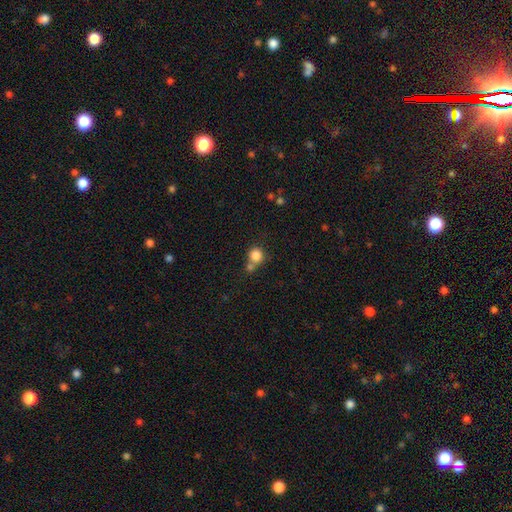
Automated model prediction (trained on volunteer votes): Q: Smooth or featured?
A: smooth (83%); runner-up: star or artifact (11%)
Q: How rounded?
A: round (88%); runner-up: in between (11%)
Q: Merging?
A: none (51%); runner-up: merger (36%)